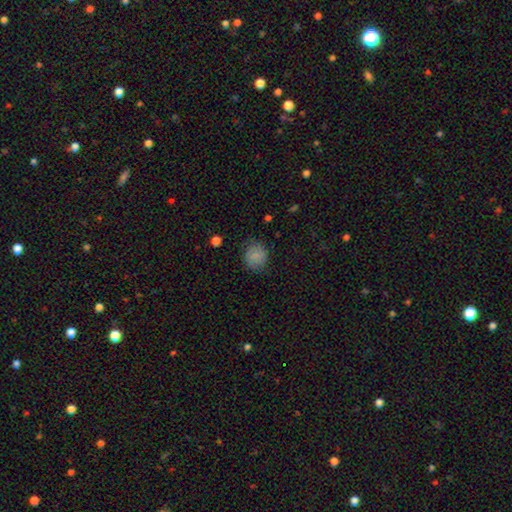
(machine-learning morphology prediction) This appears to be a smooth galaxy with no disk features (82%) that is round (77%). Merging: none (76%).